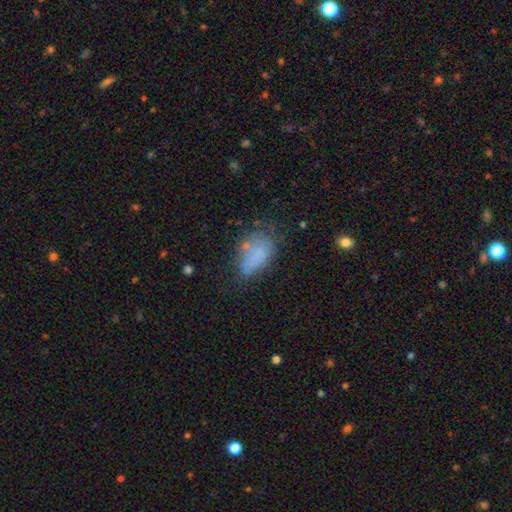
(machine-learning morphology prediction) type=smooth (66%); roundness=in between (90%); merging=none (41%).